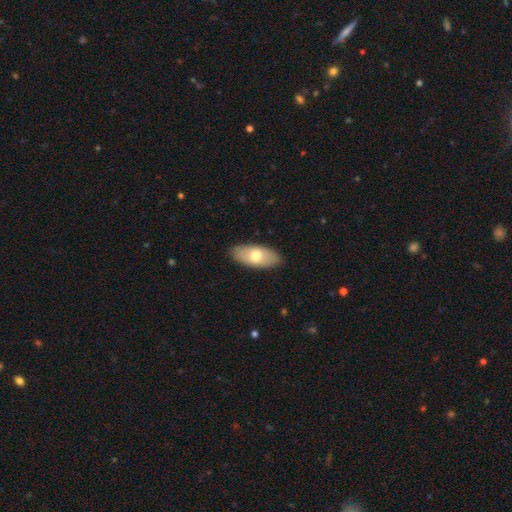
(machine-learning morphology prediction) smooth_or_featured: smooth (p=0.69) [alt: featured or disk p=0.26]
how_rounded: in between (p=0.89) [alt: cigar-shaped p=0.08]
merging: none (p=0.87) [alt: minor disturbance p=0.10]